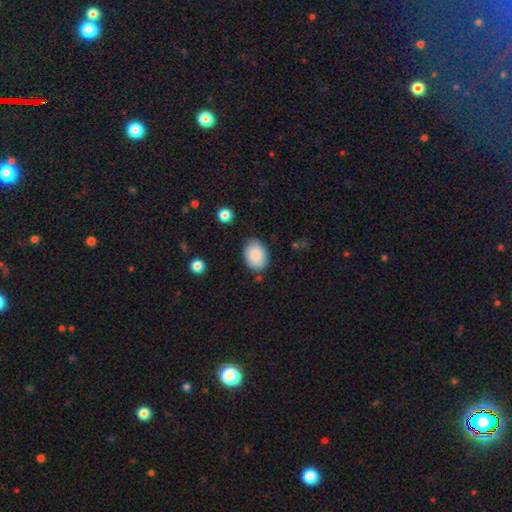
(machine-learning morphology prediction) Smooth or featured? smooth (88%)
How rounded? in between (81%)
Merging? none (81%)